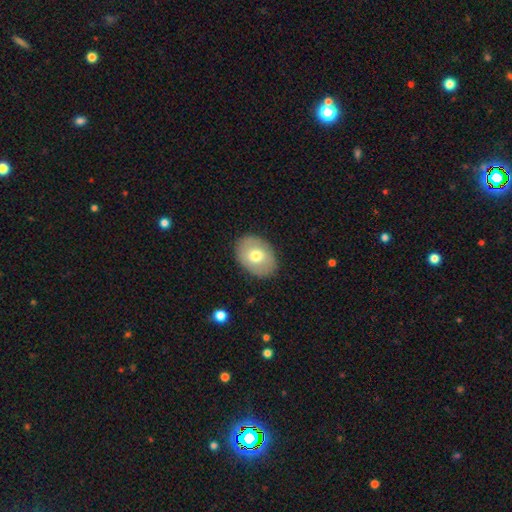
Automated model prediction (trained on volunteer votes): Overall: smooth (68%). How rounded: in between (72%). Merging: none (87%).